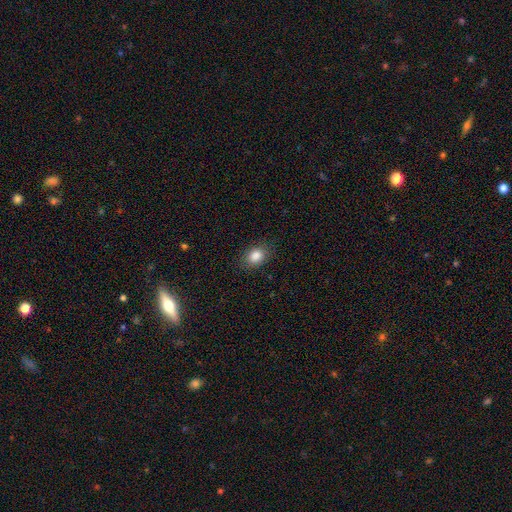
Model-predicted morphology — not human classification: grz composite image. It shows a smooth galaxy with no disk features (86%) that is in between round and cigar-shaped (67%). Merging: none (84%).